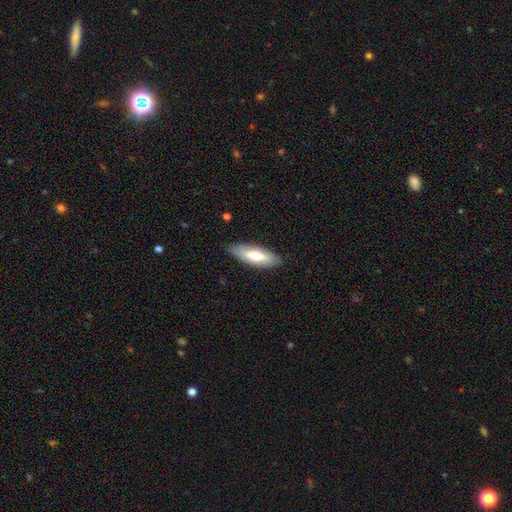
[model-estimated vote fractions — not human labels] The model was most divided on "how rounded": in between: 65%, cigar-shaped: 34%, round: 2%. More confident: merging — none (84%); smooth or featured — smooth (66%).